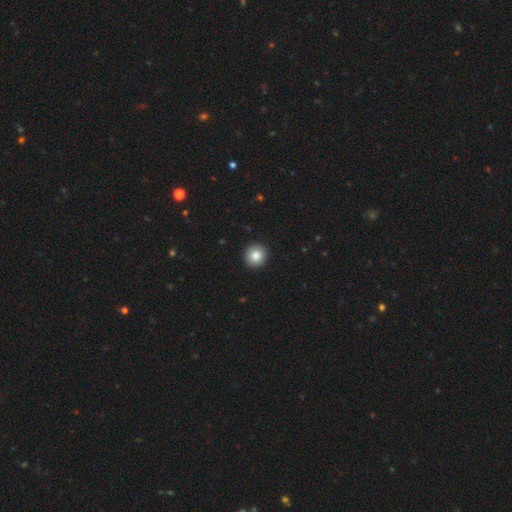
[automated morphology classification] Smooth or featured: smooth — 85% (star or artifact — 9%)
How rounded: round — 93% (in between — 6%)
Merging: none — 93% (minor disturbance — 4%)